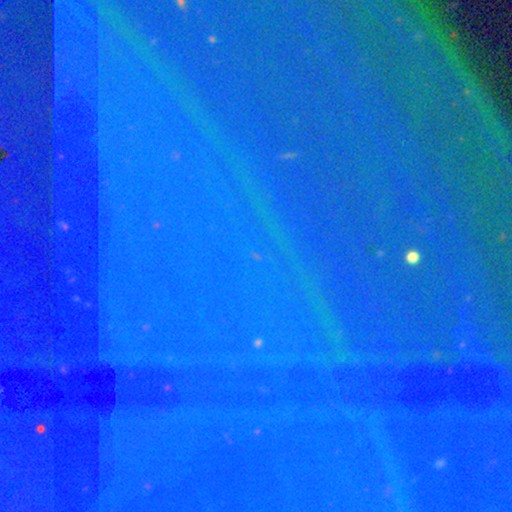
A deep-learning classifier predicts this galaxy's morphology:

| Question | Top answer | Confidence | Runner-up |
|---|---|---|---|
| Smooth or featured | star or artifact | 85% | smooth (8%) |